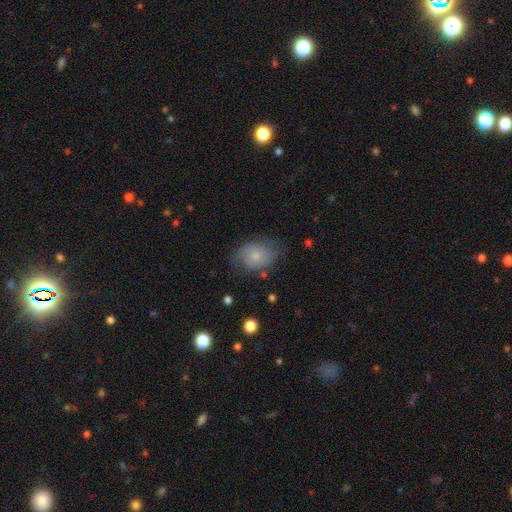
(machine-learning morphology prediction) This appears to be a smooth galaxy with no disk features (72%) that is in between round and cigar-shaped (69%). Merging: none (61%).